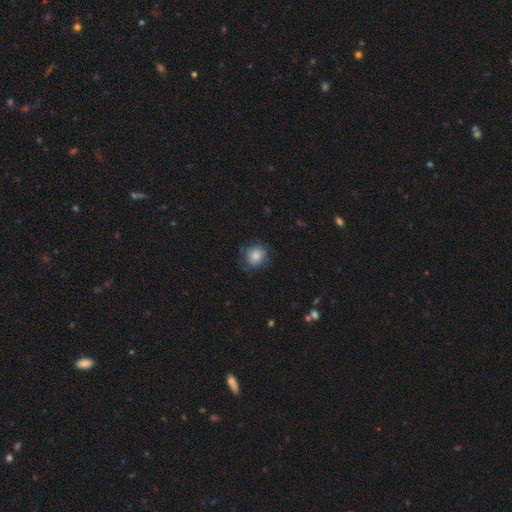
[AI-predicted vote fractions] Smooth or featured? smooth (81%)
How rounded? round (85%)
Merging? none (74%)